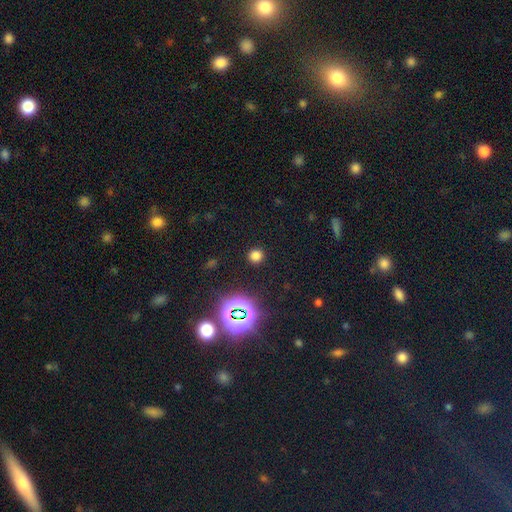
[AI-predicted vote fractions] Smooth or featured?
  - smooth: 72% *
  - star or artifact: 23%
  - featured or disk: 5%
How rounded?
  - round: 92% *
  - in between: 7%
  - cigar-shaped: 1%
Merging?
  - none: 90% *
  - minor disturbance: 6%
  - major disturbance: 3%
  - merger: 2%